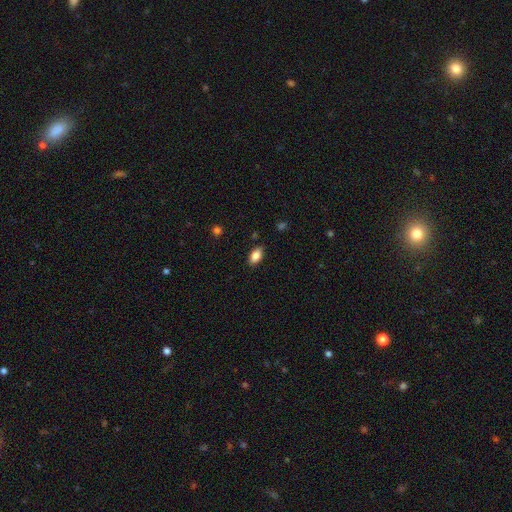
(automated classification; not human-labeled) smooth_or_featured: smooth (p=0.84) [alt: featured or disk p=0.08]
how_rounded: in between (p=0.90) [alt: round p=0.06]
merging: none (p=0.86) [alt: minor disturbance p=0.11]